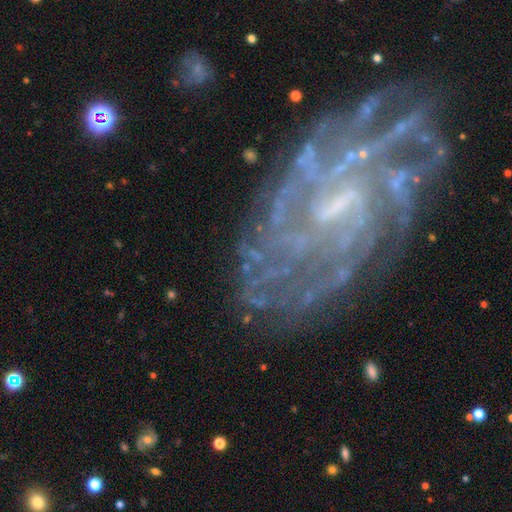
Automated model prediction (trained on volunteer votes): A featured or disk galaxy (73%) with no bar (39%), tight (60%) spiral arms (81%) and a small central bulge (50%).

Vote fractions:
- Smooth or featured? featured or disk: 73% / star or artifact: 16% / smooth: 11%
- Edge-on disk? no: 95% / yes: 5%
- Bar? no: 39% / weak: 34% / strong: 27%
- Spiral arms? yes: 81% / no: 19%
- Spiral winding? tight: 60% / medium: 29% / loose: 12%
- Spiral arm count? can't tell: 42% / 2: 16% / 3: 13% / 4: 10% / more than 4: 10% / 1: 9%
- Bulge size? small: 50% / moderate: 22% / none: 21% / large: 4% / dominant: 2%
- Merging? none: 64% / minor disturbance: 17% / major disturbance: 14% / merger: 5%